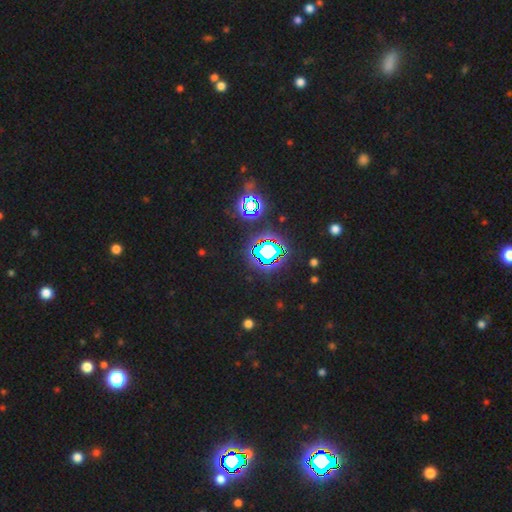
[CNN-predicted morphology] Smooth or featured?
  - star or artifact: 81% *
  - smooth: 12%
  - featured or disk: 7%